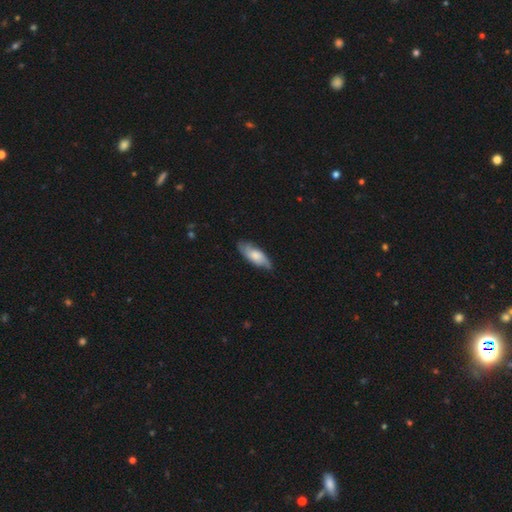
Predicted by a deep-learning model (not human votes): The model was most divided on "smooth or featured": smooth: 59%, featured or disk: 35%, star or artifact: 6%. More confident: merging — none (76%); how rounded — in between (68%).